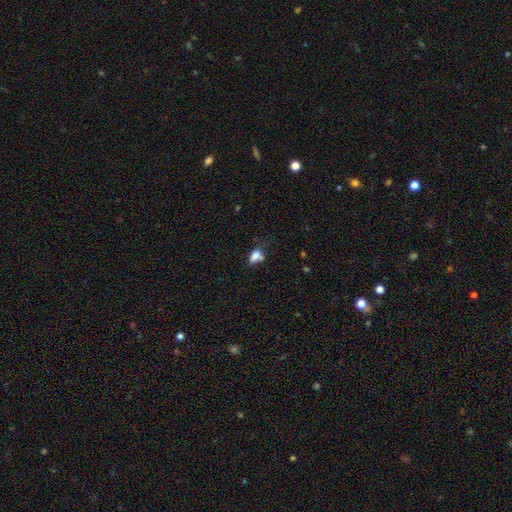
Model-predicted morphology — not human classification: The model was most divided on "merging": none: 43%, merger: 24%, minor disturbance: 23%, major disturbance: 11%. More confident: how rounded — in between (80%); smooth or featured — smooth (77%).